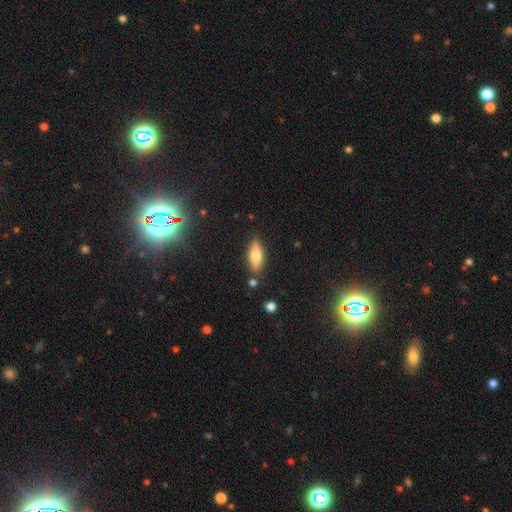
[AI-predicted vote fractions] This appears to be a smooth galaxy with no disk features (61%) that is in between round and cigar-shaped (61%). Merging: none (82%).